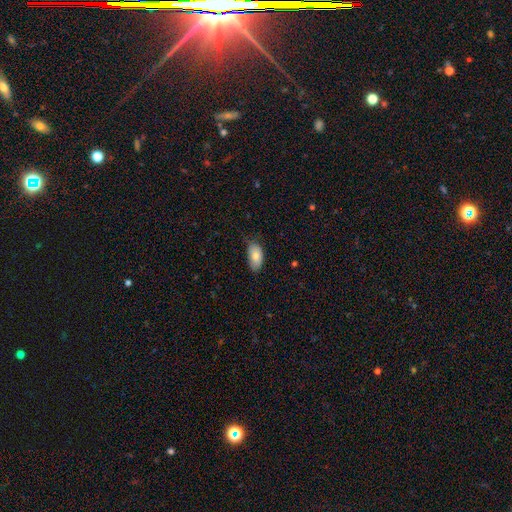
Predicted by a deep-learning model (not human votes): smooth_or_featured: smooth (p=0.80) [alt: featured or disk p=0.13]
how_rounded: in between (p=0.94) [alt: round p=0.03]
merging: none (p=0.67) [alt: minor disturbance p=0.27]